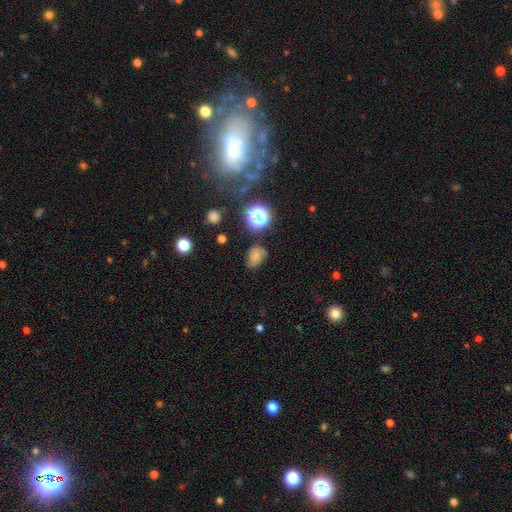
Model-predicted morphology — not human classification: Smooth or featured: smooth — 54% (featured or disk — 27%)
How rounded: in between — 59% (round — 40%)
Merging: none — 59% (minor disturbance — 28%)